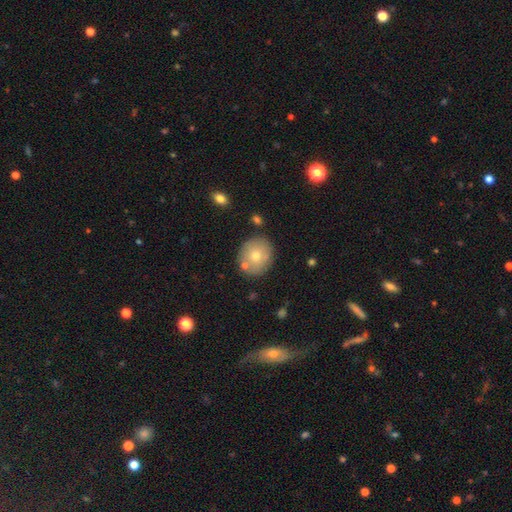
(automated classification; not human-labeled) Overall: smooth (71%). How rounded: round (71%). Merging: none (78%).